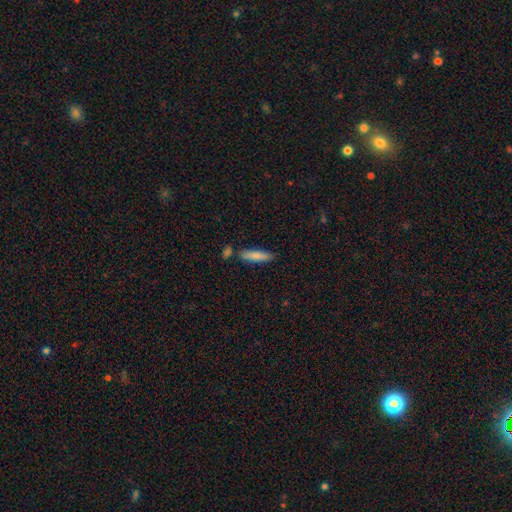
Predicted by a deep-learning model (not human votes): This appears to be a smooth galaxy with no disk features (82%) that is cigar-shaped (75%). Merging: none (79%).